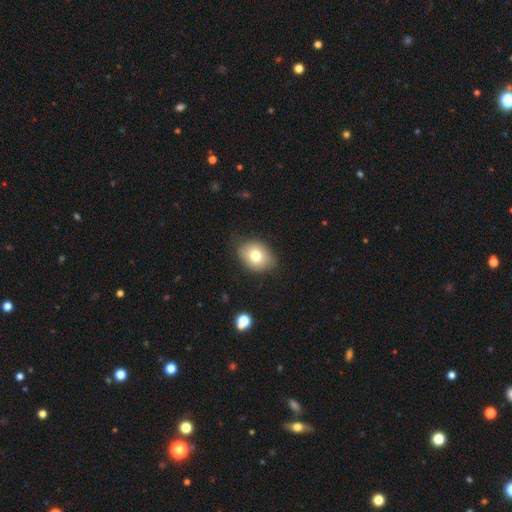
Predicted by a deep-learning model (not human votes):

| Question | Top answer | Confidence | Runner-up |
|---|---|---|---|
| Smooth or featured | smooth | 77% | featured or disk (14%) |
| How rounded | in between | 68% | round (31%) |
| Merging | none | 80% | minor disturbance (15%) |